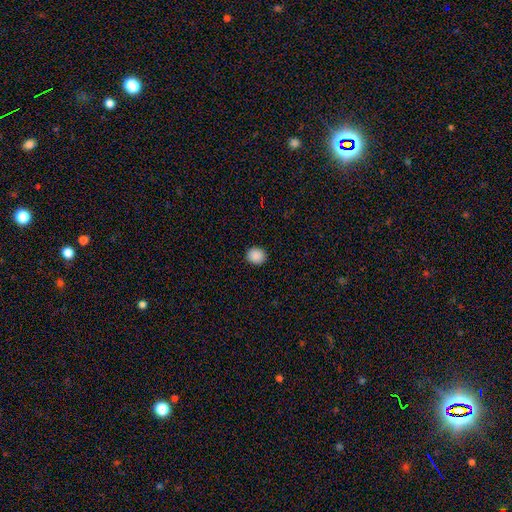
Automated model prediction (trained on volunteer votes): Overall: smooth (89%). How rounded: round (83%). Merging: none (92%).